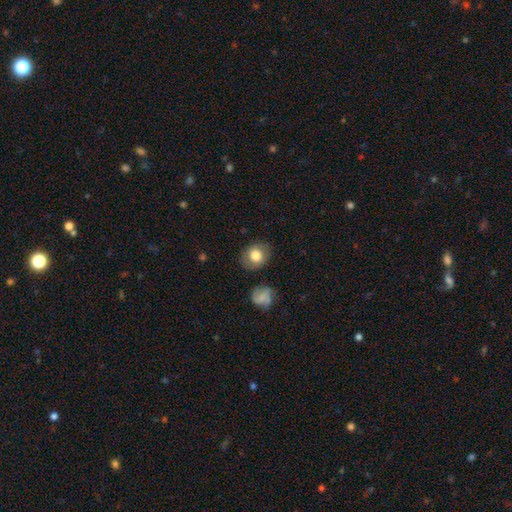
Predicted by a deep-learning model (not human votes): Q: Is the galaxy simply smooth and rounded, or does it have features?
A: smooth — 77%.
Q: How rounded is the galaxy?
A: round — 66%.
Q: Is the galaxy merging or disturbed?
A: none — 80%.